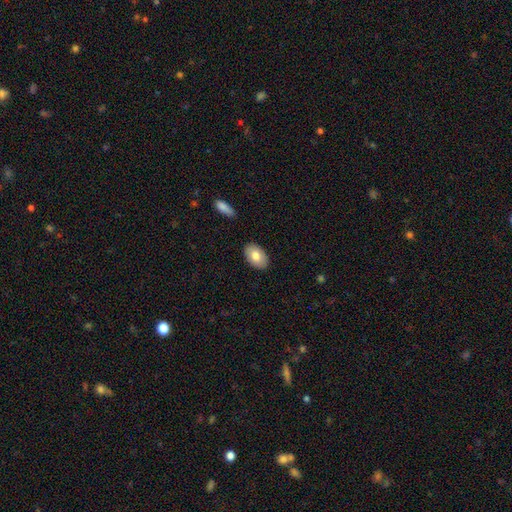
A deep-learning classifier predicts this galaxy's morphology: smooth 77%, featured or disk 17%, star or artifact 6%. Down the decision tree: how rounded — in between (91%); merging — none (88%).